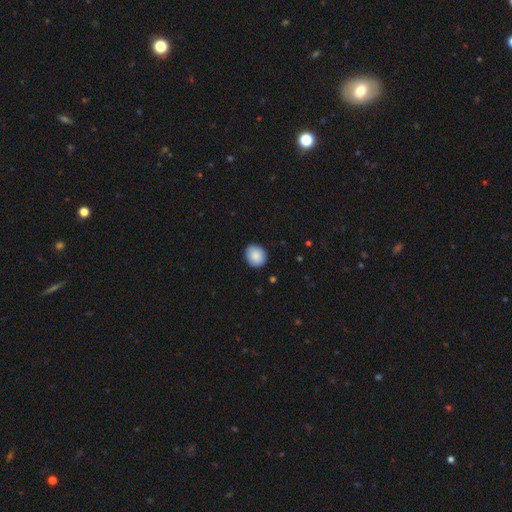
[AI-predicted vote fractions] A smooth galaxy with no disk features (88%) that is round (71%).

Vote fractions:
- Smooth or featured? smooth: 88% / star or artifact: 7% / featured or disk: 4%
- How rounded? round: 71% / in between: 28% / cigar-shaped: 1%
- Merging? none: 90% / minor disturbance: 8% / major disturbance: 2% / merger: 1%